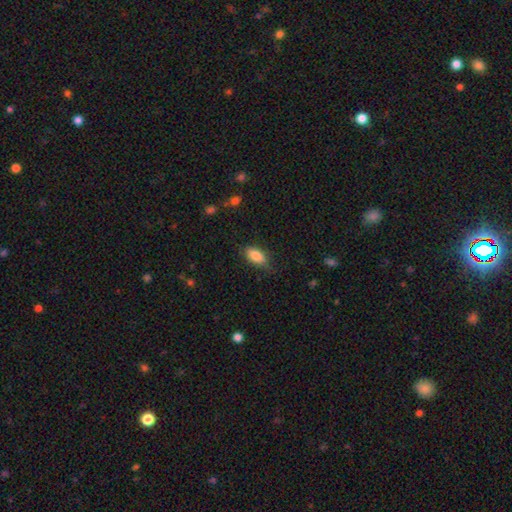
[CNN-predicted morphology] type=smooth (85%); roundness=in between (88%); merging=none (76%).